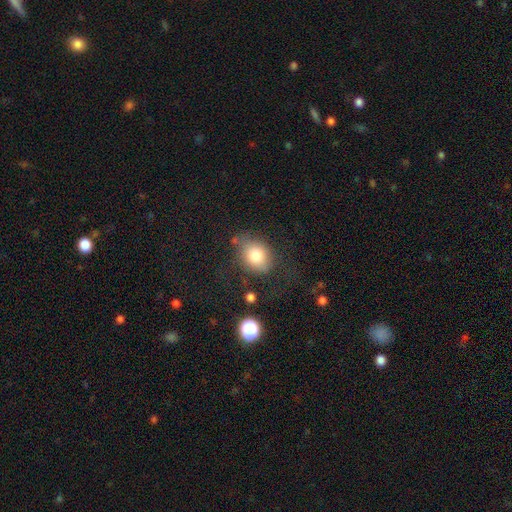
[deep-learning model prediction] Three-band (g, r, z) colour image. It shows a smooth galaxy with no disk features (80%) that is in between round and cigar-shaped (55%). Merging: none (62%).